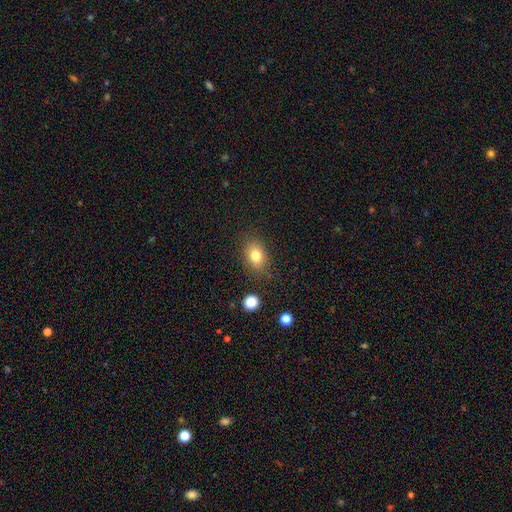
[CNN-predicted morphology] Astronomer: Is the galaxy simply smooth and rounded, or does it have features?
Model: smooth — 80%.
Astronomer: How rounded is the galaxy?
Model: in between — 67%.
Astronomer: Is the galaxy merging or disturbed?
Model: none — 82%.